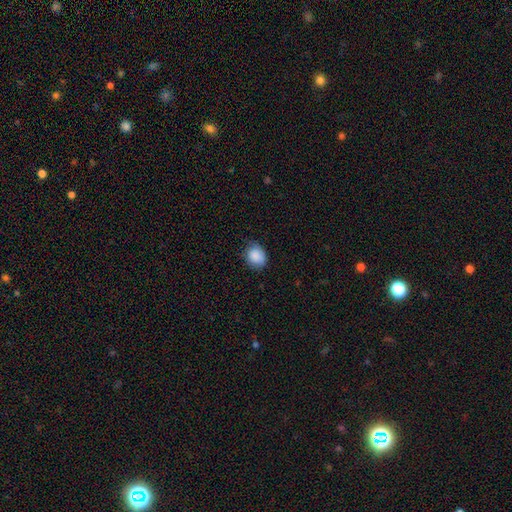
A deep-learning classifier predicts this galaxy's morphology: Smooth or featured? smooth (88%)
How rounded? round (53%)
Merging? none (66%)